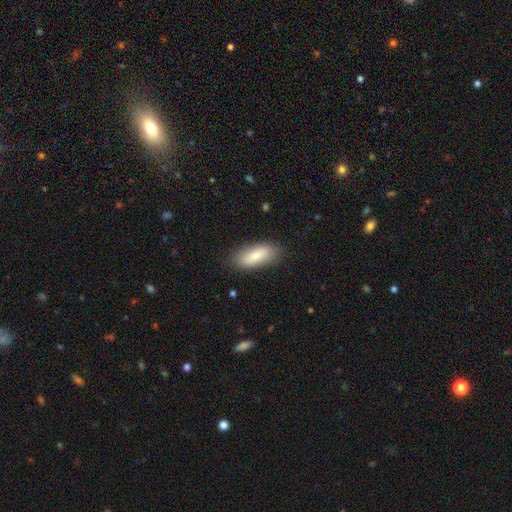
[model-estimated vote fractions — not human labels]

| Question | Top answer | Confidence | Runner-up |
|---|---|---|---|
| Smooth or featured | smooth | 81% | featured or disk (13%) |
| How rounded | in between | 80% | cigar-shaped (18%) |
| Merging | none | 84% | minor disturbance (12%) |